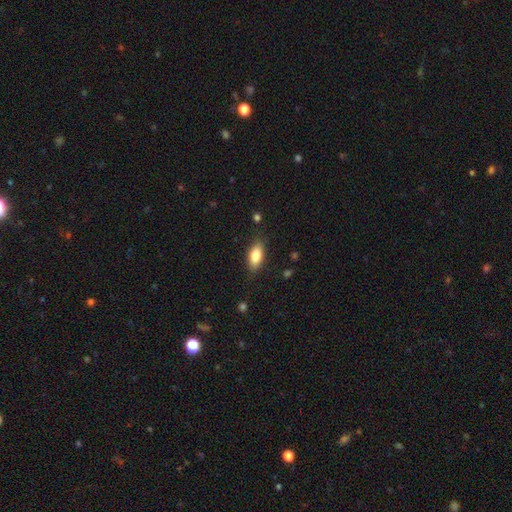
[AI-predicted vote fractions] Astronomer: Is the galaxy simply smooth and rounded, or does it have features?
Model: smooth — 82%.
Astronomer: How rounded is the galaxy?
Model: in between — 86%.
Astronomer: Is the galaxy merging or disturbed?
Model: none — 83%.